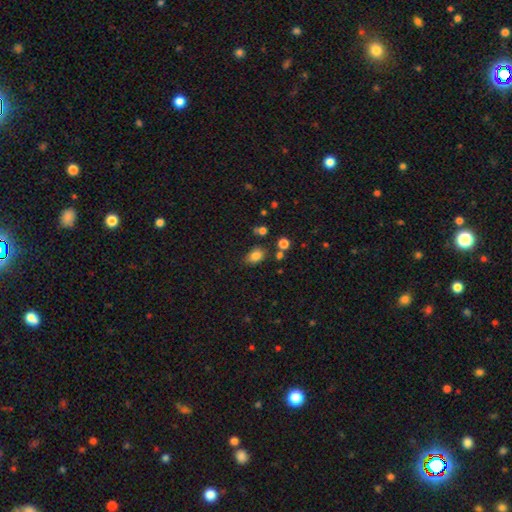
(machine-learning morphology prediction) smooth-or-featured: smooth: 82% | star or artifact: 11% | featured or disk: 7%
  how-rounded: in between: 80% | round: 19% | cigar-shaped: 1%
  merging: none: 72% | minor disturbance: 18% | merger: 6% | major disturbance: 4%